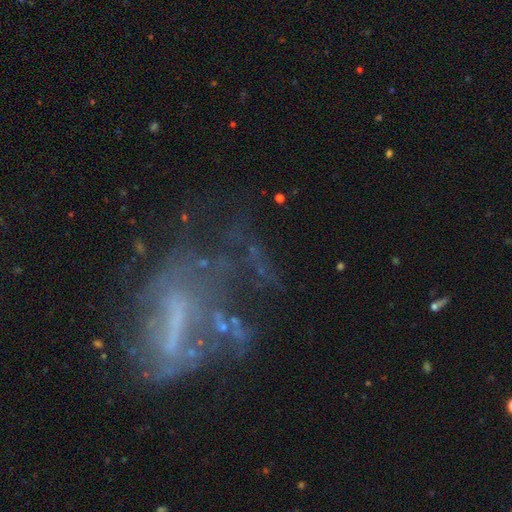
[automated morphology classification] Smooth or featured? featured or disk (62%)
Edge-on disk? no (91%)
Bar? no (39%)
Spiral arms? no (68%)
Bulge size? none (57%)
Merging? major disturbance (41%)